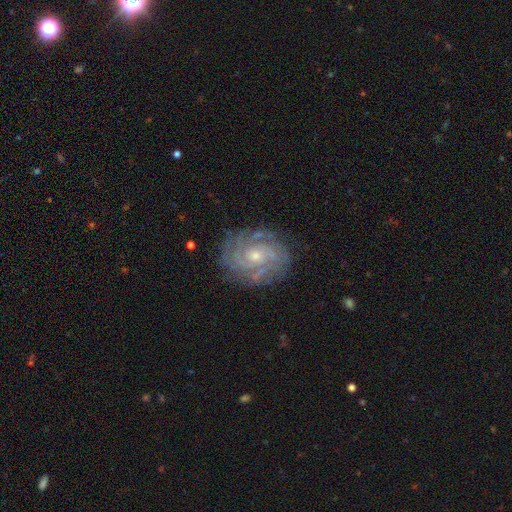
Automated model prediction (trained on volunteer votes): Overall: featured or disk (86%). Edge-on disk: no (97%). Bar: no (70%). Spiral arms: yes (96%). Spiral arm count: can't tell (28%; 2 22%). Spiral winding: tight (72%). Bulge size: small (63%; moderate 34%). Merging: none (80%).